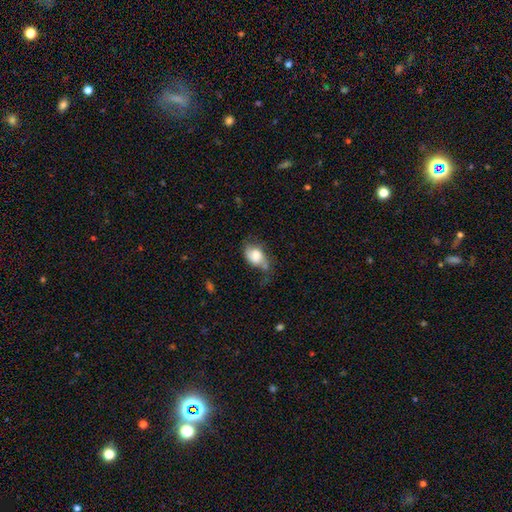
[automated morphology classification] A smooth galaxy with no disk features (63%) that is in between round and cigar-shaped (79%).

Vote fractions:
- Smooth or featured? smooth: 63% / featured or disk: 29% / star or artifact: 8%
- How rounded? in between: 79% / round: 20% / cigar-shaped: 2%
- Merging? none: 33% / minor disturbance: 32% / major disturbance: 29% / merger: 6%